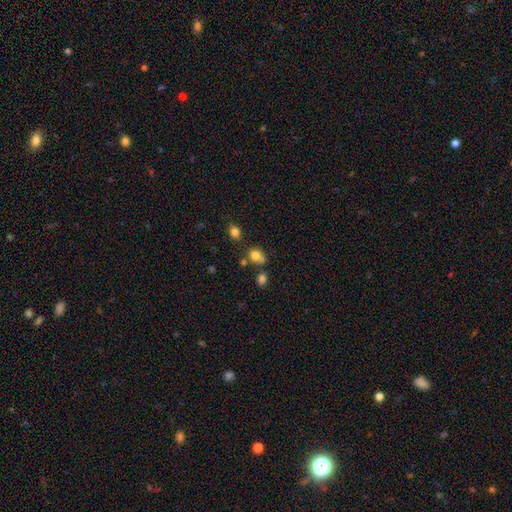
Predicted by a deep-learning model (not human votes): This is likely a smooth galaxy (78%). How rounded: possibly round (57%). Merging: possibly none (54%).